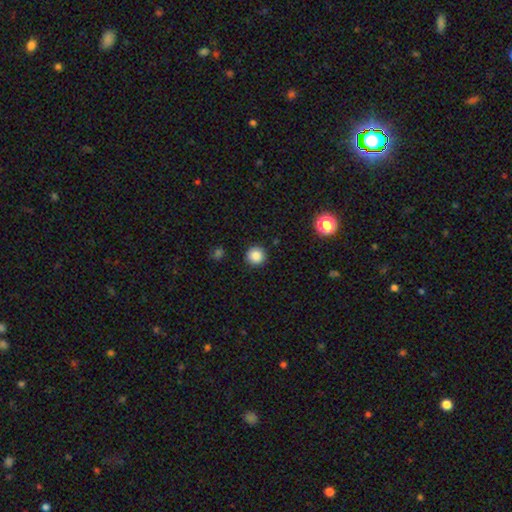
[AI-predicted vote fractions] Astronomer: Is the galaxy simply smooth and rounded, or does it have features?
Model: smooth — 86%.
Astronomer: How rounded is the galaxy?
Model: round — 95%.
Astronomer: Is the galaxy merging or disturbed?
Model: none — 91%.